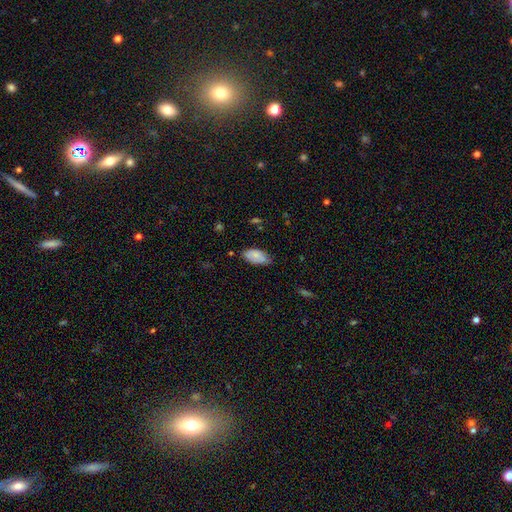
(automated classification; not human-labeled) A smooth galaxy with no disk features (80%) that is in between round and cigar-shaped (94%).

Vote fractions:
- Smooth or featured? smooth: 80% / featured or disk: 13% / star or artifact: 7%
- How rounded? in between: 94% / cigar-shaped: 3% / round: 3%
- Merging? none: 66% / minor disturbance: 27% / major disturbance: 4% / merger: 2%